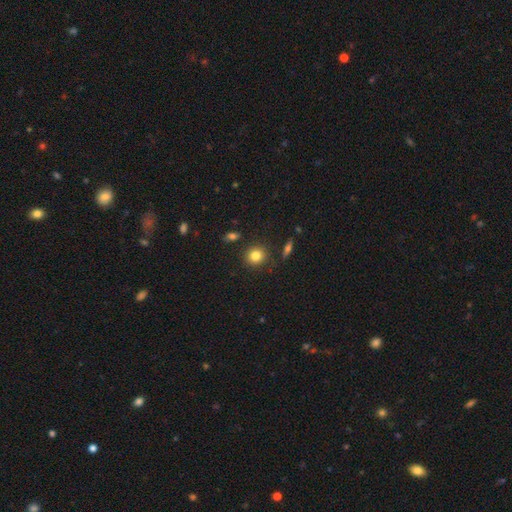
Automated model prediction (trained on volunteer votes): Smooth or featured? Predicted: smooth (p=0.82). How rounded? Predicted: round (p=0.84). Merging? Predicted: none (p=0.87).